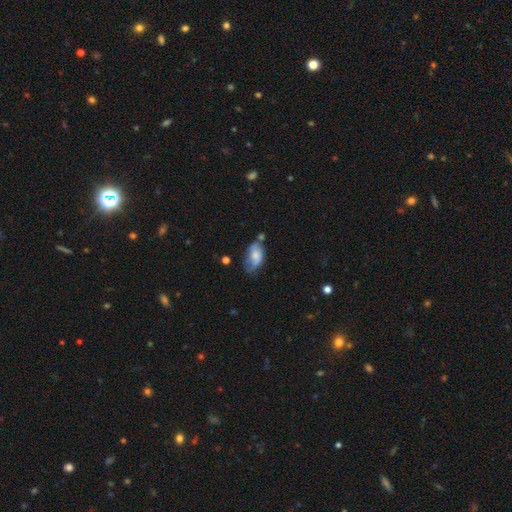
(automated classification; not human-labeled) Smooth or featured? Predicted: smooth (p=0.61). How rounded? Predicted: in between (p=0.92). Merging? Predicted: none (p=0.39).